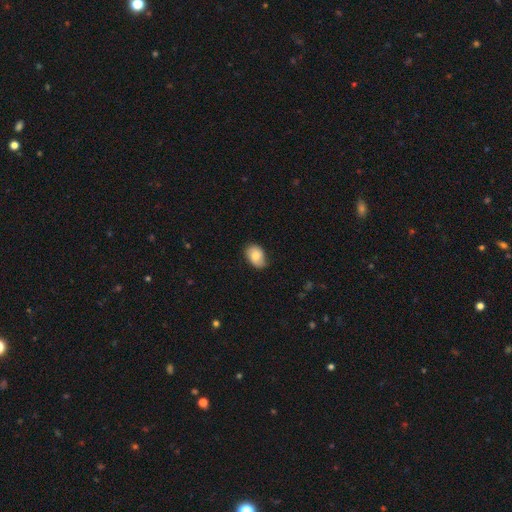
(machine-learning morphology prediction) This appears to be a smooth galaxy with no disk features (77%) that is in between round and cigar-shaped (83%). Merging: none (73%).